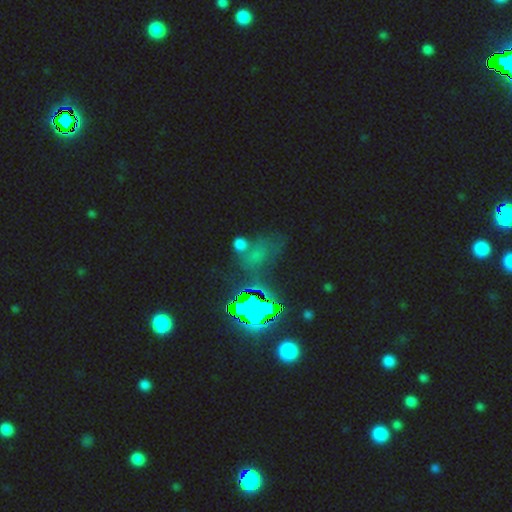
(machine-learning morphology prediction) A star or artifact, not a galaxy (51%).

Vote fractions:
- Smooth or featured? star or artifact: 51% / smooth: 35% / featured or disk: 15%